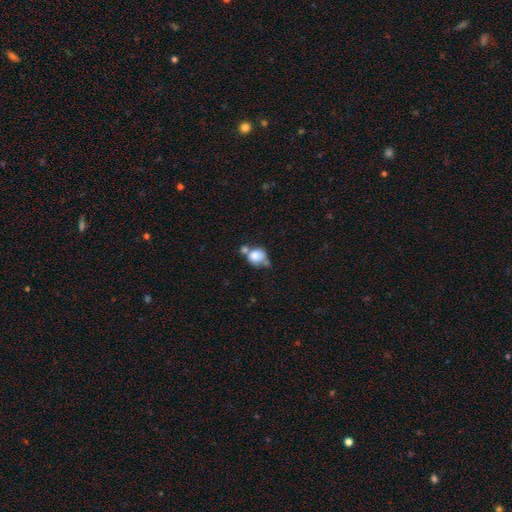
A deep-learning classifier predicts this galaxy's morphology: Smooth or featured: smooth — 79% (featured or disk — 12%)
How rounded: round — 58% (in between — 41%)
Merging: merger — 43% (none — 31%)